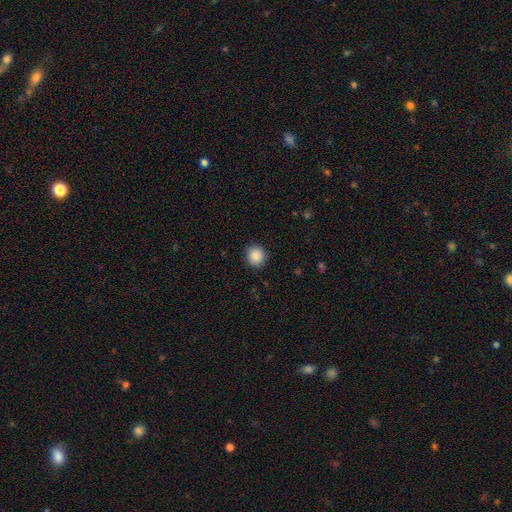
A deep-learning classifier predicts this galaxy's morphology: This appears to be a smooth galaxy with no disk features (88%) that is round (92%). Merging: none (90%).